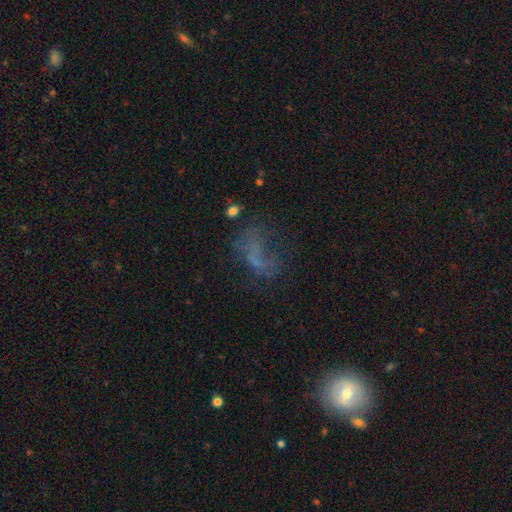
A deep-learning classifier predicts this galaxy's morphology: type=featured or disk (38%); merging=major disturbance (39%).